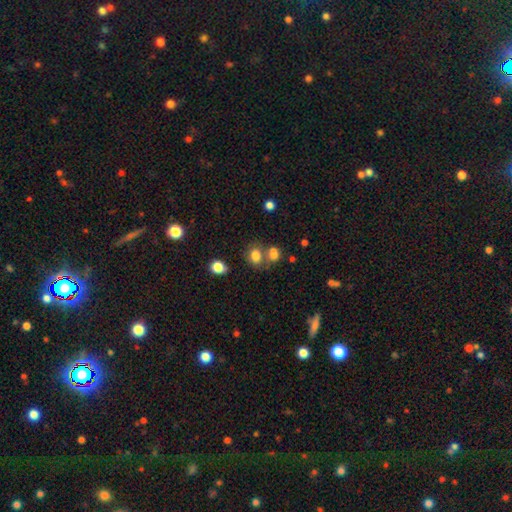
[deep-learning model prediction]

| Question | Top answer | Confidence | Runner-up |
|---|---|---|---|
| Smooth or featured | smooth | 79% | star or artifact (13%) |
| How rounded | in between | 51% | round (48%) |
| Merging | none | 52% | merger (32%) |